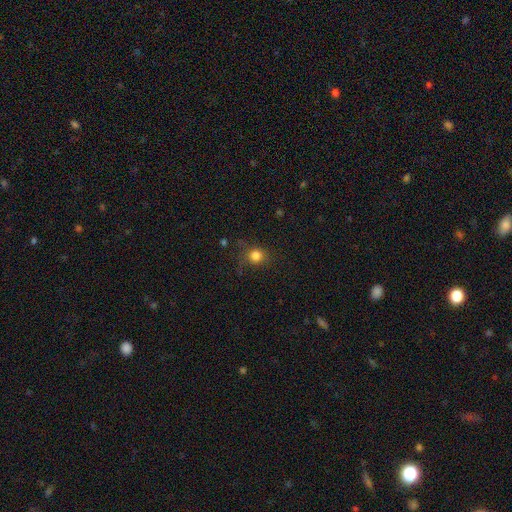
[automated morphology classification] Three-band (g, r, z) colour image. It shows a smooth galaxy with no disk features (81%) that is round (87%). Merging: none (79%).